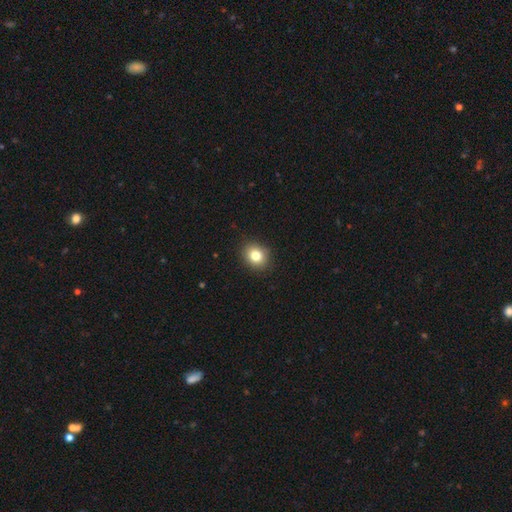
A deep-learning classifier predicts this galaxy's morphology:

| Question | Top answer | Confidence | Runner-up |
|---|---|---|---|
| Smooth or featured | smooth | 81% | star or artifact (11%) |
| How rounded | round | 62% | in between (37%) |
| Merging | none | 90% | minor disturbance (7%) |